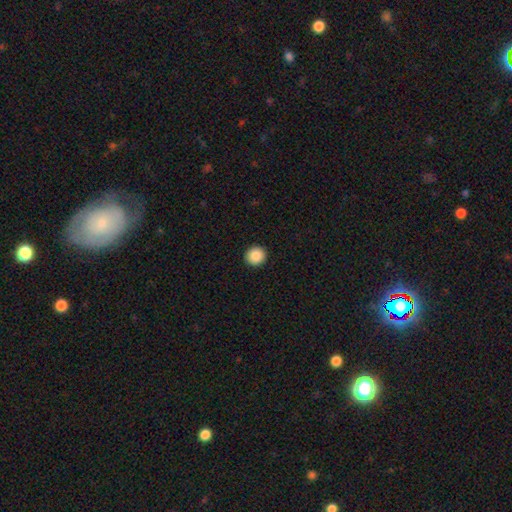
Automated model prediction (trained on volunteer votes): Smooth or featured? smooth (88%)
How rounded? round (94%)
Merging? none (94%)